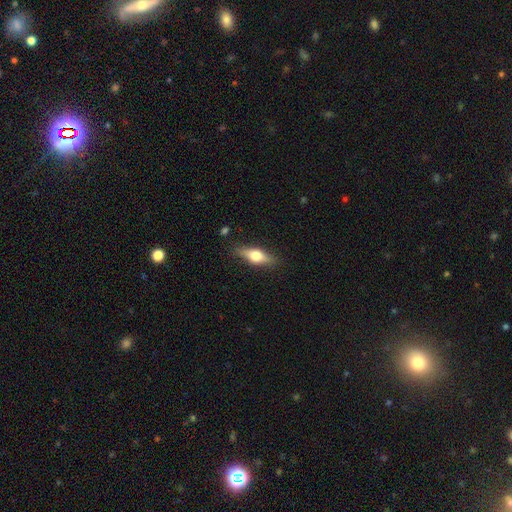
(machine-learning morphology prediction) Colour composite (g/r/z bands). It shows a smooth galaxy with no disk features (48%). Merging: none (84%).